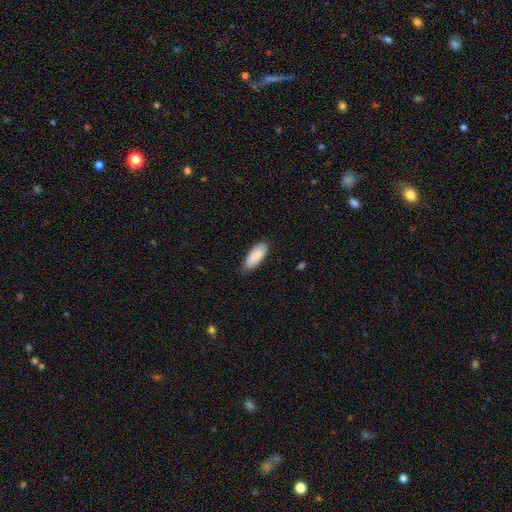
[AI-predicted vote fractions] The model was most divided on "merging": none: 76%, minor disturbance: 21%, major disturbance: 3%, merger: 1%. More confident: smooth or featured — smooth (86%); how rounded — in between (80%).